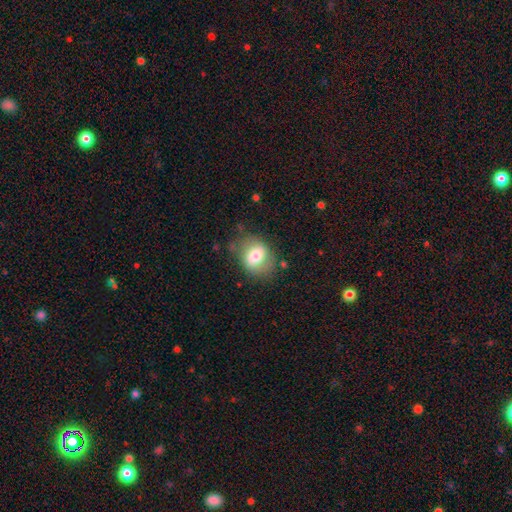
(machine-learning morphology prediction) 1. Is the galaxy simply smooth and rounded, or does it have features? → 65% smooth, 26% featured or disk, 8% star or artifact.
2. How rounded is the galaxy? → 50% in between, 48% round, 1% cigar-shaped.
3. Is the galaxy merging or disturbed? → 67% none, 21% minor disturbance, 10% major disturbance, 3% merger.